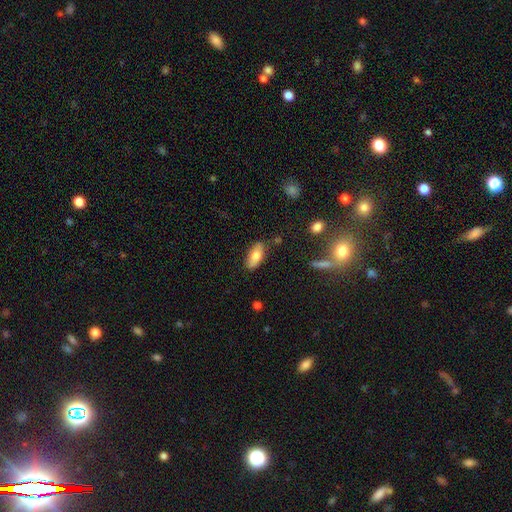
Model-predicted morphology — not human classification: This appears to be a smooth galaxy with no disk features (75%) that is in between round and cigar-shaped (85%). Merging: none (80%).